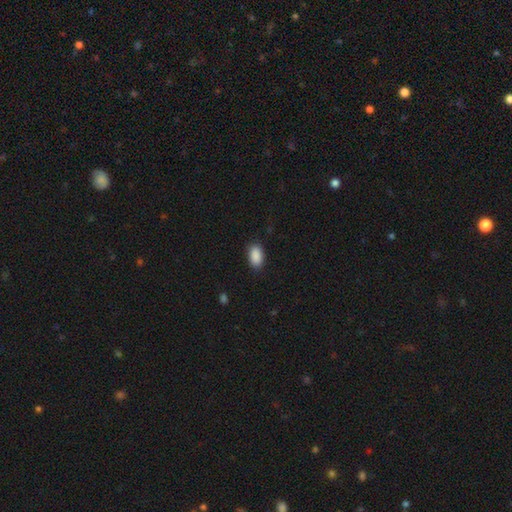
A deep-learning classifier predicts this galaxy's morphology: Smooth or featured? Predicted: smooth (p=0.90). How rounded? Predicted: in between (p=0.92). Merging? Predicted: none (p=0.85).